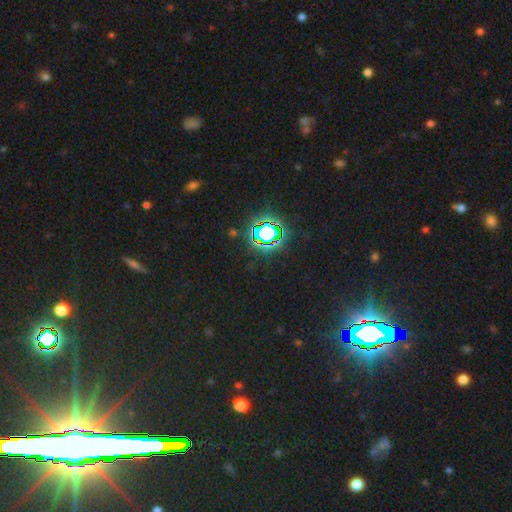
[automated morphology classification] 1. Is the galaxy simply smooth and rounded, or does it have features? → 81% star or artifact, 11% smooth, 8% featured or disk.